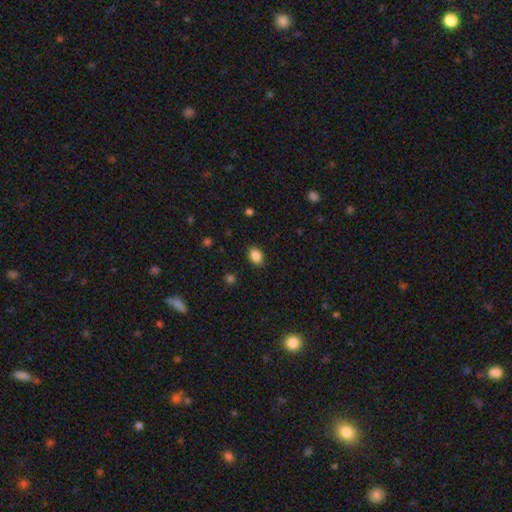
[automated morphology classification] Overall: smooth (87%). How rounded: in between (74%). Merging: none (88%).